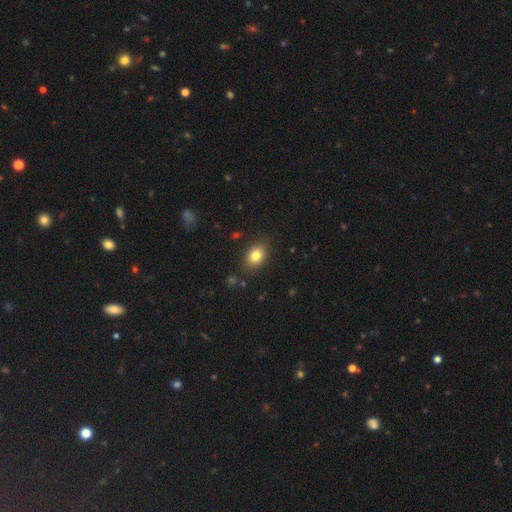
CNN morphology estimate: A smooth galaxy with no disk features (81%) that is in between round and cigar-shaped (71%).

Vote fractions:
- Smooth or featured? smooth: 81% / star or artifact: 10% / featured or disk: 9%
- How rounded? in between: 71% / round: 28% / cigar-shaped: 1%
- Merging? none: 85% / minor disturbance: 10% / major disturbance: 3% / merger: 2%